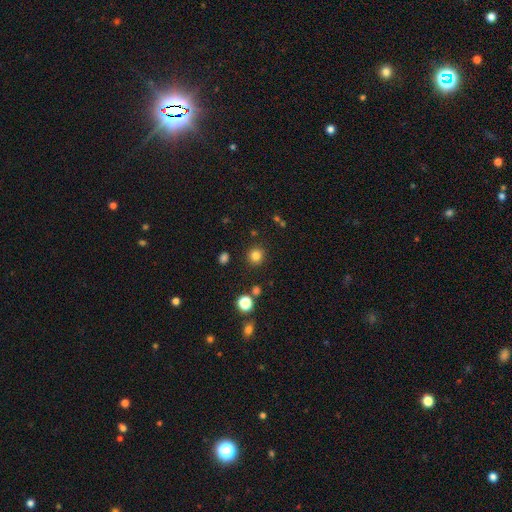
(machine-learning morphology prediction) Smooth or featured? smooth (81%)
How rounded? round (92%)
Merging? none (89%)